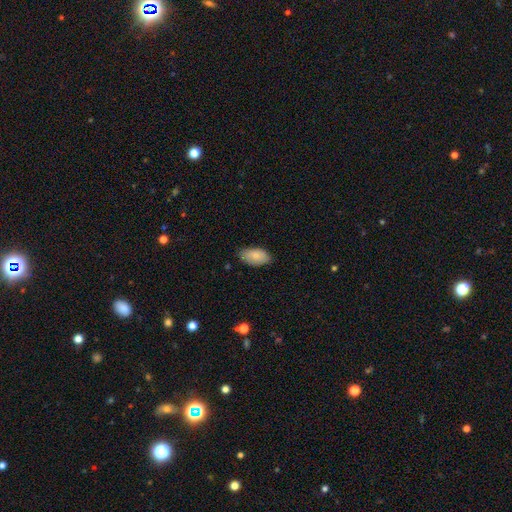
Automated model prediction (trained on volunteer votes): The model was most divided on "merging": none: 78%, minor disturbance: 18%, major disturbance: 3%, merger: 1%. More confident: how rounded — in between (95%); smooth or featured — smooth (84%).